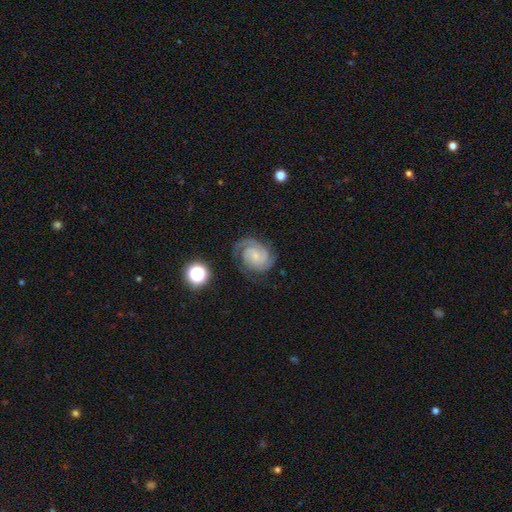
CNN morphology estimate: Smooth or featured? featured or disk (84%)
Edge-on disk? no (98%)
Bar? no (69%)
Spiral arms? yes (98%)
Spiral winding? tight (63%)
Spiral arm count? 2 (55%)
Bulge size? small (69%)
Merging? none (73%)